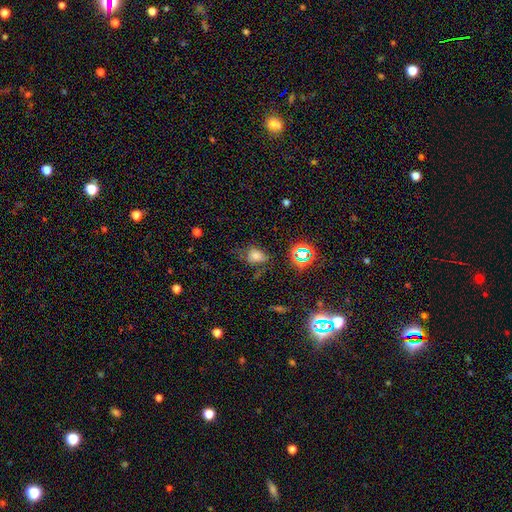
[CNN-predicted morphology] Smooth or featured?
  - smooth: 65% *
  - star or artifact: 24%
  - featured or disk: 11%
How rounded?
  - in between: 69% *
  - round: 29%
  - cigar-shaped: 2%
Merging?
  - none: 49% *
  - minor disturbance: 28%
  - major disturbance: 19%
  - merger: 5%